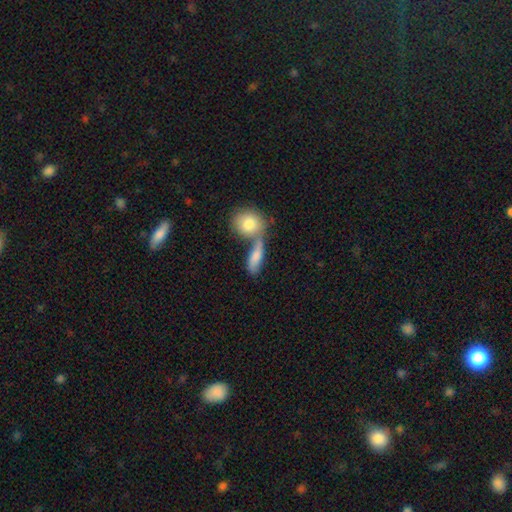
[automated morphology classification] The model was most divided on "merging": merger: 52%, none: 33%, minor disturbance: 9%, major disturbance: 6%. More confident: smooth or featured — smooth (72%); how rounded — in between (61%).